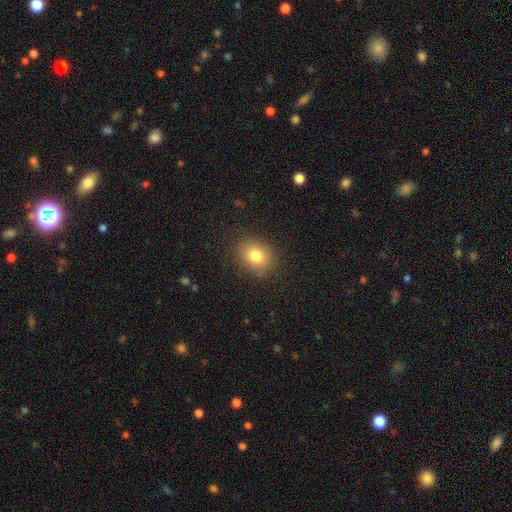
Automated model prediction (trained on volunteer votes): This appears to be a smooth galaxy with no disk features (81%) that is round (57%). Merging: none (86%).